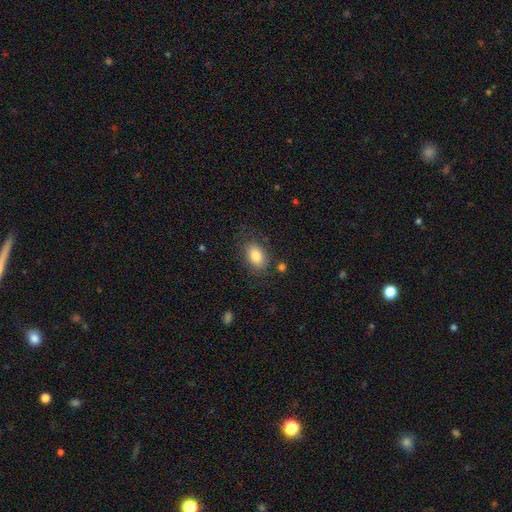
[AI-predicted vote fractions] Overall: smooth (83%). How rounded: in between (86%). Merging: none (77%).